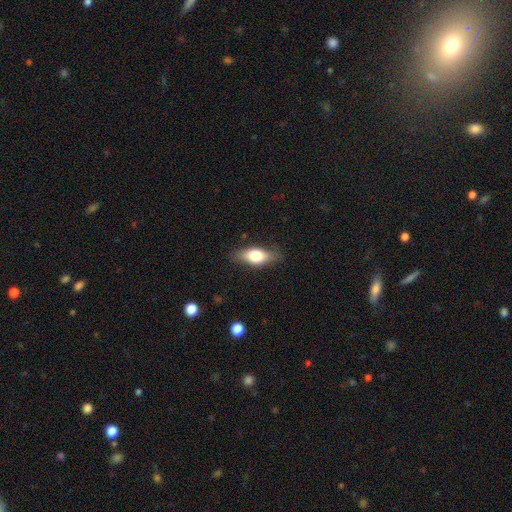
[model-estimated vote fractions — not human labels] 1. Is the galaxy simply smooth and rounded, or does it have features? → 67% smooth, 26% featured or disk, 7% star or artifact.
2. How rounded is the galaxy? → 78% in between, 16% cigar-shaped, 6% round.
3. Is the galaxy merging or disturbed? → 78% none, 17% minor disturbance, 4% major disturbance, 1% merger.